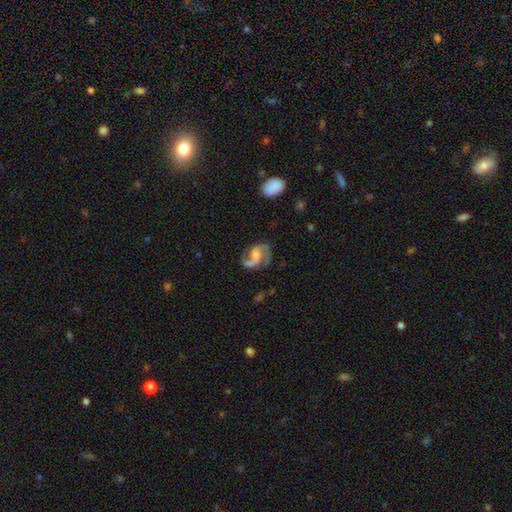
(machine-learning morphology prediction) A featured or disk galaxy (81%) with a weak bar (43%), 2 (87%) medium (47%) spiral arms (94%) and no central bulge (31%). Merging: none (61%).